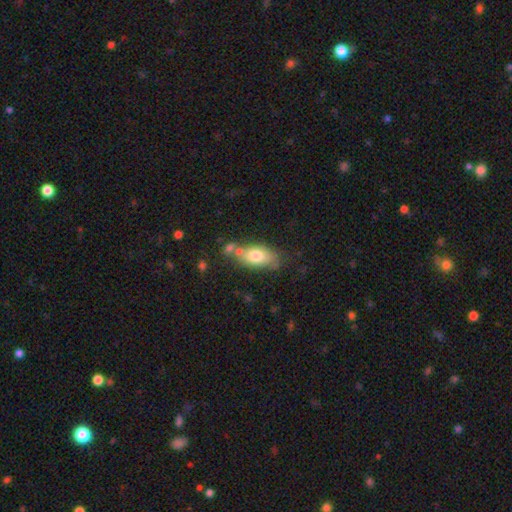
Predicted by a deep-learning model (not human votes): Overall: smooth (73%). How rounded: in between (87%). Merging: none (55%; minor disturbance 21%).